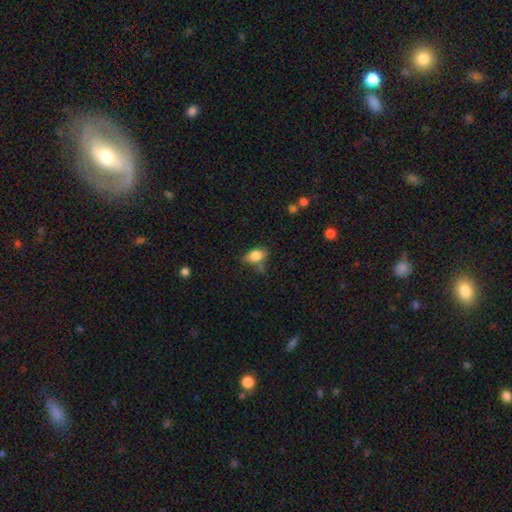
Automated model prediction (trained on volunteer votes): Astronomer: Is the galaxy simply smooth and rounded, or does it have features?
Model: smooth — 81%.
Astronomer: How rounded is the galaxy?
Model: in between — 80%.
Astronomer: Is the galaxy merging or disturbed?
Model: none — 52% (runner-up: minor disturbance, 30%).